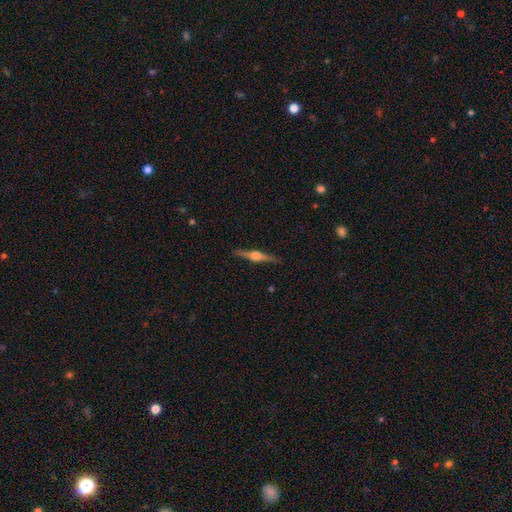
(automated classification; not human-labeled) smooth-or-featured: featured or disk: 77% | smooth: 17% | star or artifact: 6%
  disk-edge-on: yes: 98% | no: 2%
    edge-on-bulge: rounded: 87% | boxy: 10% | none: 3%
  merging: none: 90% | minor disturbance: 7% | major disturbance: 2% | merger: 1%